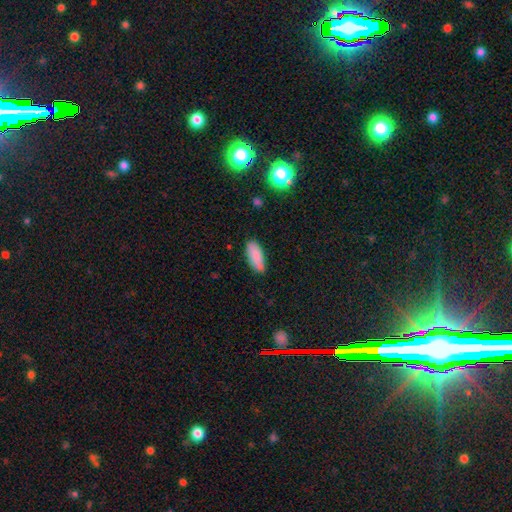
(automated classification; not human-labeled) Smooth or featured: smooth — 87% (featured or disk — 7%)
How rounded: in between — 77% (cigar-shaped — 21%)
Merging: none — 81% (minor disturbance — 15%)